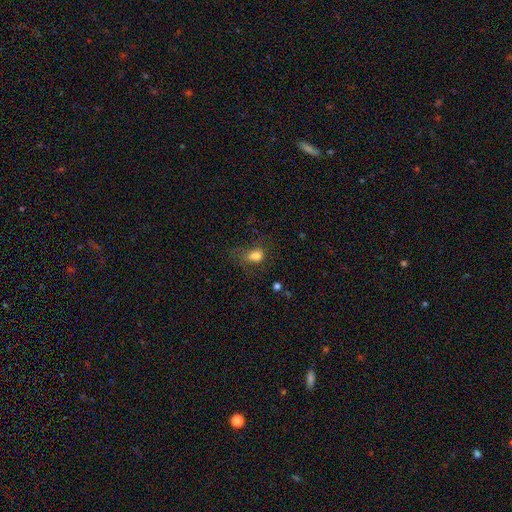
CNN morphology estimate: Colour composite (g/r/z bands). It shows a smooth galaxy with no disk features (76%) that is in between round and cigar-shaped (73%). Merging: none (49%).